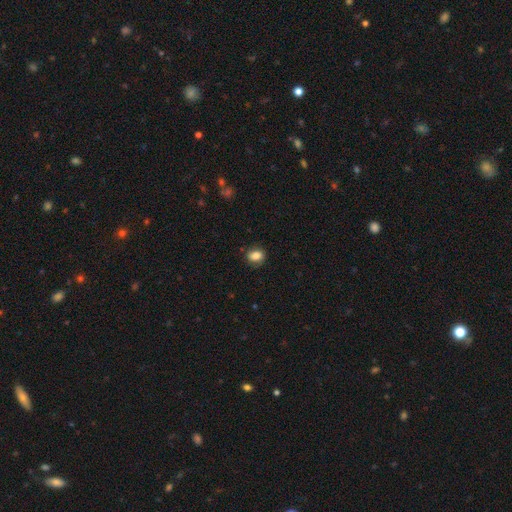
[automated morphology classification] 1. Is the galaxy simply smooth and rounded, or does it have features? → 83% smooth, 9% star or artifact, 8% featured or disk.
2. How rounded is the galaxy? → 59% in between, 40% round, 1% cigar-shaped.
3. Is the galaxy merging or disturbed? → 79% none, 16% minor disturbance, 4% major disturbance, 1% merger.